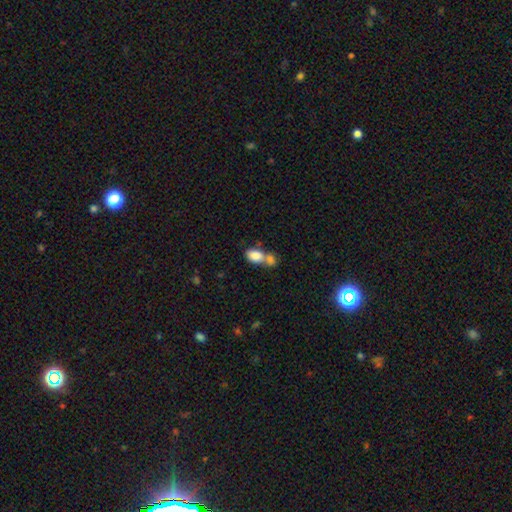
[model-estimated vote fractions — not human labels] smooth-or-featured: smooth: 83% | featured or disk: 9% | star or artifact: 8%
  how-rounded: in between: 85% | round: 13% | cigar-shaped: 2%
  merging: merger: 62% | none: 26% | minor disturbance: 8% | major disturbance: 4%